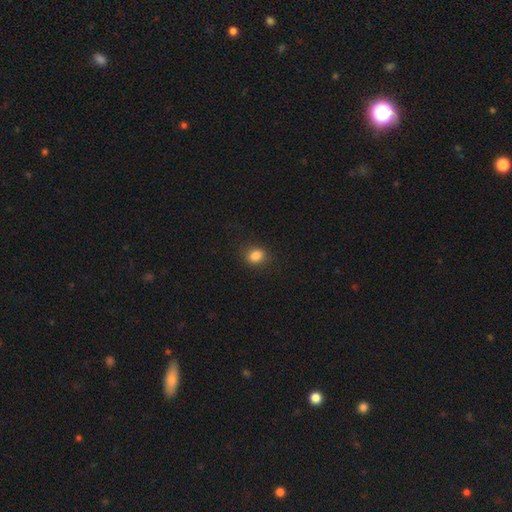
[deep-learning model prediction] This is clearly a smooth galaxy (84%). How rounded: likely round (61%). Merging: clearly none (86%).